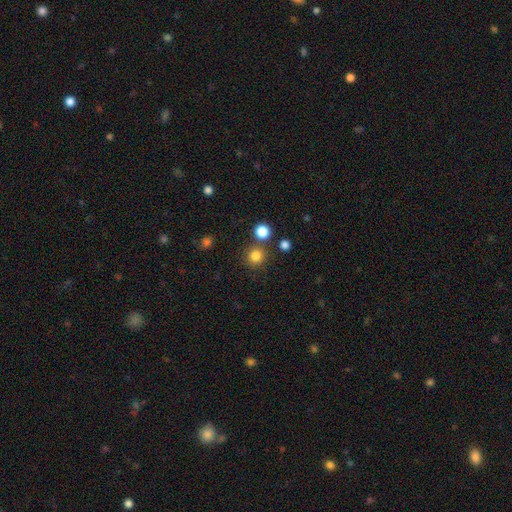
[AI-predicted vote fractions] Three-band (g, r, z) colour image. It shows a smooth galaxy with no disk features (82%) that is round (93%). Merging: none (80%).